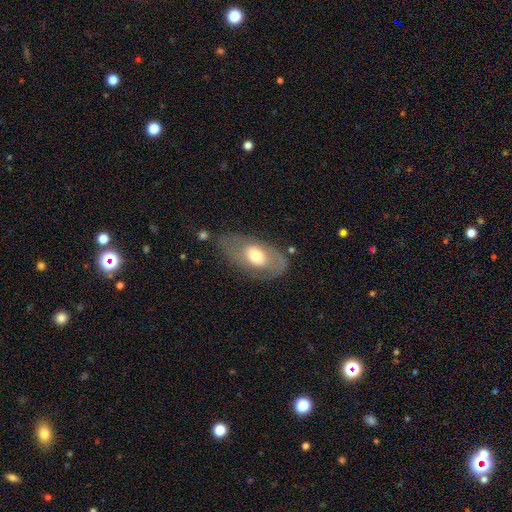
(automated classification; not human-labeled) A featured or disk galaxy (48%). Merging: none (64%).